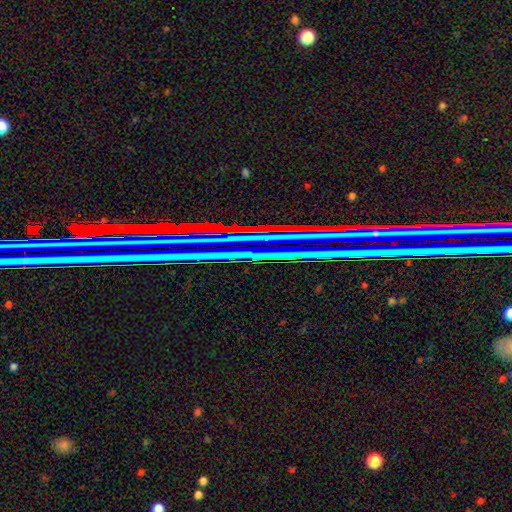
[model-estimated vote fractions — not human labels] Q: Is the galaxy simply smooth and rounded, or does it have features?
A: star or artifact — 76%.